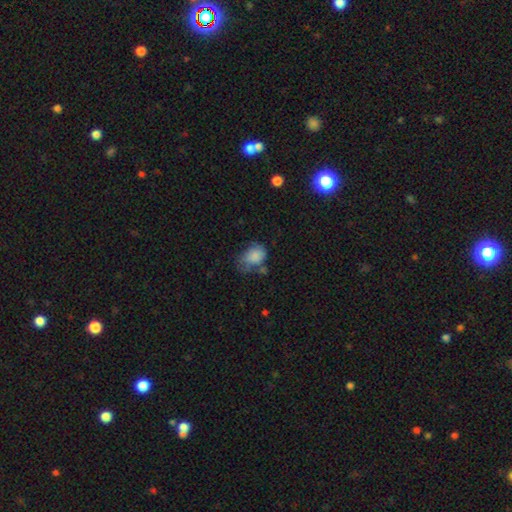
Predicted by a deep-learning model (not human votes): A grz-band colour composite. It shows a smooth galaxy with no disk features (80%) that is in between round and cigar-shaped (70%). Merging: none (36%).